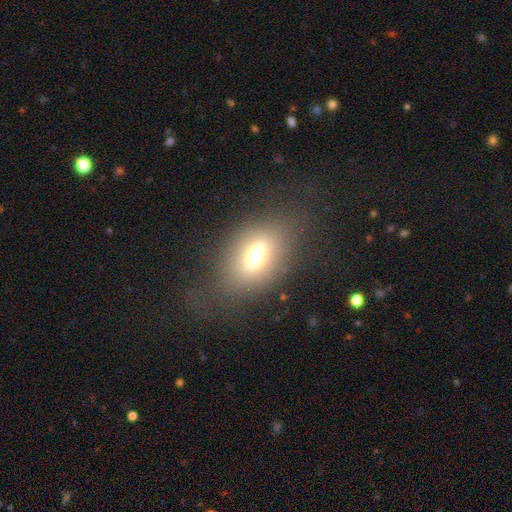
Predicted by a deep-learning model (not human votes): Q: Smooth or featured?
A: smooth (63%); runner-up: featured or disk (23%)
Q: How rounded?
A: in between (79%); runner-up: round (16%)
Q: Merging?
A: none (72%); runner-up: minor disturbance (14%)